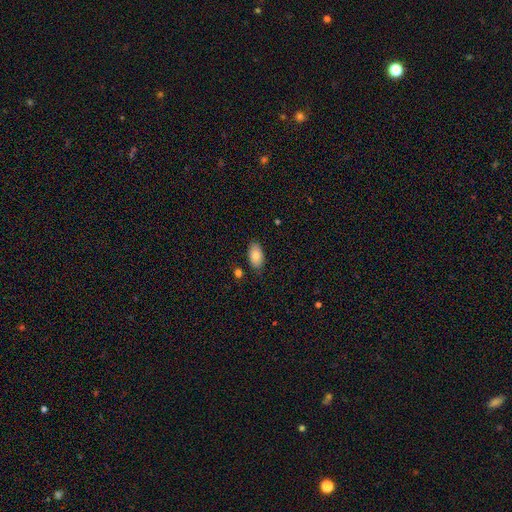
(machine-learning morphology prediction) Overall: smooth (82%). How rounded: in between (94%). Merging: none (83%).